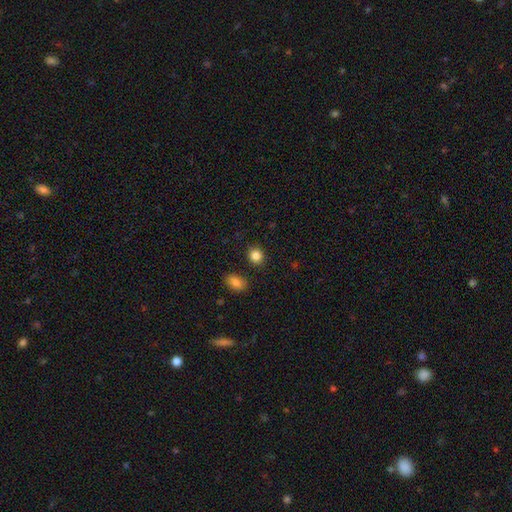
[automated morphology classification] Smooth or featured? smooth (85%)
How rounded? round (76%)
Merging? none (87%)